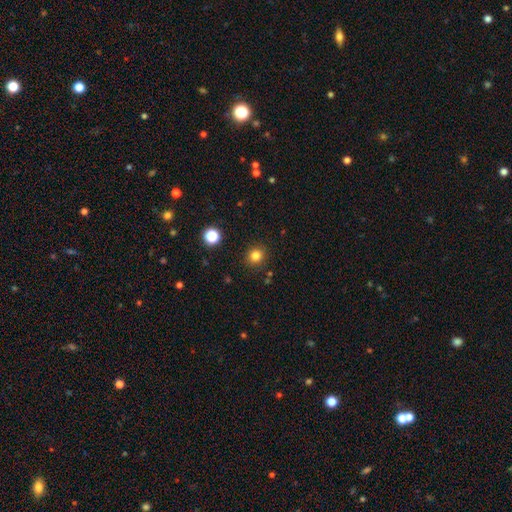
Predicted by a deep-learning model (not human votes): smooth-or-featured: smooth: 82% | star or artifact: 13% | featured or disk: 5%
  how-rounded: round: 89% | in between: 10% | cigar-shaped: 1%
  merging: none: 90% | minor disturbance: 6% | major disturbance: 2% | merger: 1%